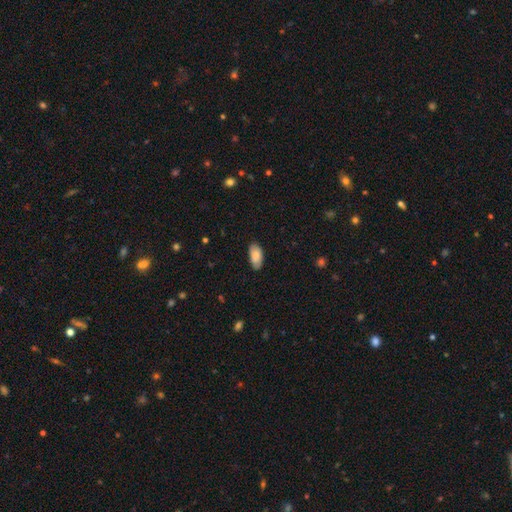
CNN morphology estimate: A smooth galaxy with no disk features (84%) that is in between round and cigar-shaped (93%). Merging: none (83%).